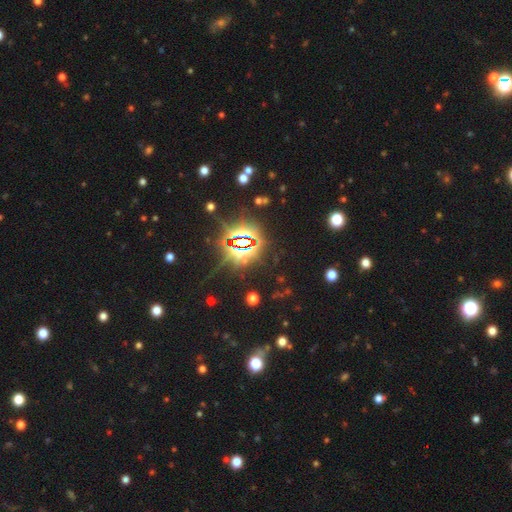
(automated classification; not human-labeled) Smooth or featured? Predicted: star or artifact (p=0.84).